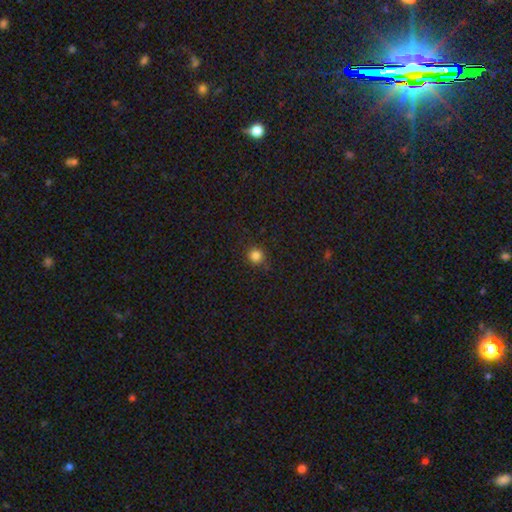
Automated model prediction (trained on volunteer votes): This appears to be a smooth galaxy with no disk features (83%) that is round (92%). Merging: none (86%).